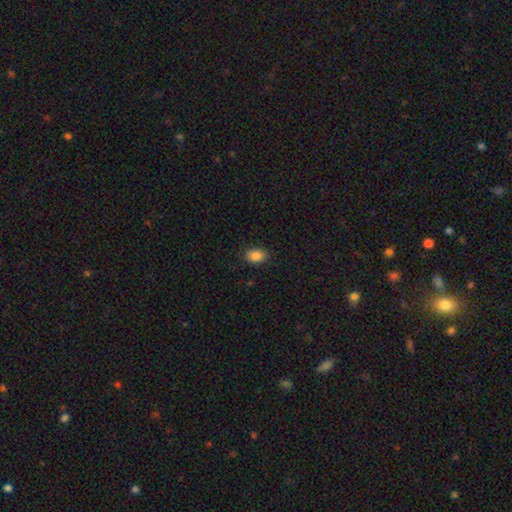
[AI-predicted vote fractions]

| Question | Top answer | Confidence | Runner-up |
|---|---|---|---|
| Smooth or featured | smooth | 87% | star or artifact (9%) |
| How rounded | in between | 80% | round (19%) |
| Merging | none | 88% | minor disturbance (9%) |